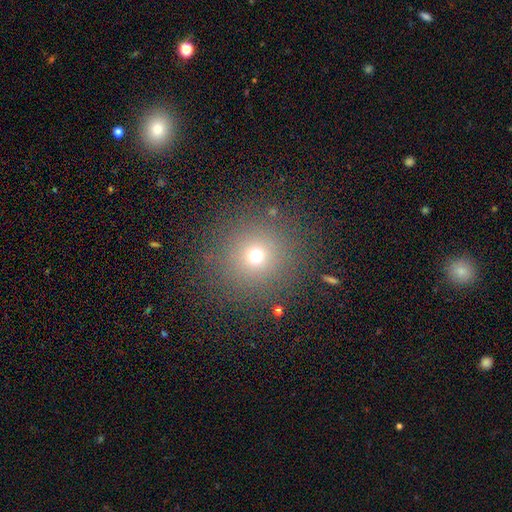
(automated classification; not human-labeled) A smooth galaxy with no disk features (67%) that is round (92%). Merging: none (85%).